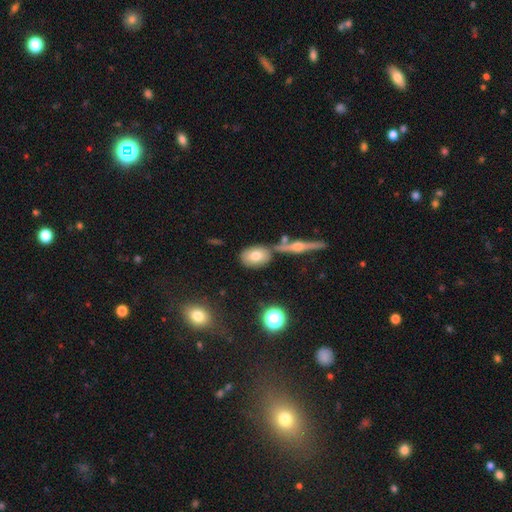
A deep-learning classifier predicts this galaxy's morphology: Smooth or featured? Predicted: smooth (p=0.70). How rounded? Predicted: in between (p=0.79). Merging? Predicted: none (p=0.69).